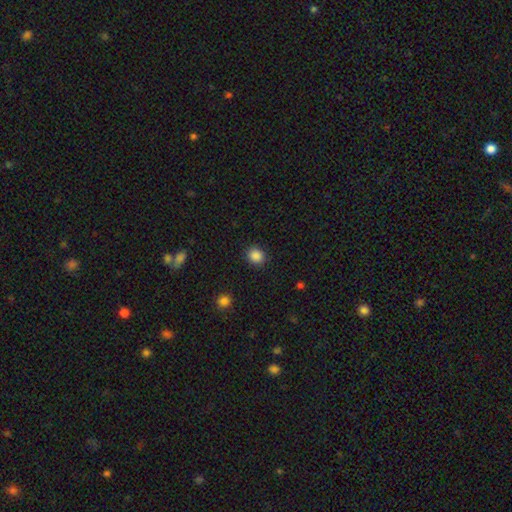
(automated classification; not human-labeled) Smooth or featured?
  - smooth: 87% *
  - star or artifact: 10%
  - featured or disk: 3%
How rounded?
  - round: 83% *
  - in between: 16%
  - cigar-shaped: 1%
Merging?
  - none: 90% *
  - minor disturbance: 6%
  - major disturbance: 2%
  - merger: 1%